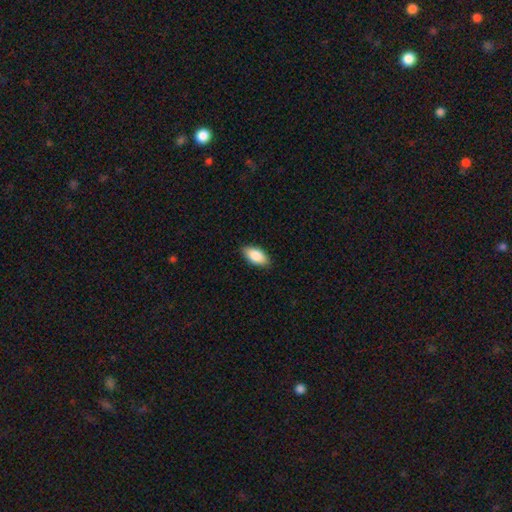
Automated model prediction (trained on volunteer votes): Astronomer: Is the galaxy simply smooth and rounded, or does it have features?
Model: smooth — 87%.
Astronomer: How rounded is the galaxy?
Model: in between — 93%.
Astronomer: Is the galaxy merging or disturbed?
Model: none — 87%.